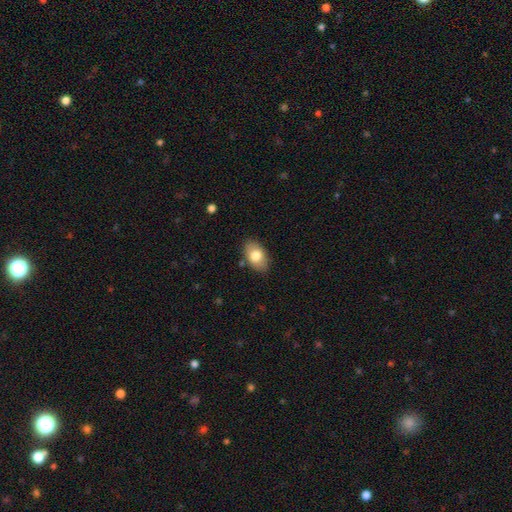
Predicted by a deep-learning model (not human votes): This appears to be a smooth galaxy with no disk features (77%) that is in between round and cigar-shaped (90%). Merging: none (84%).